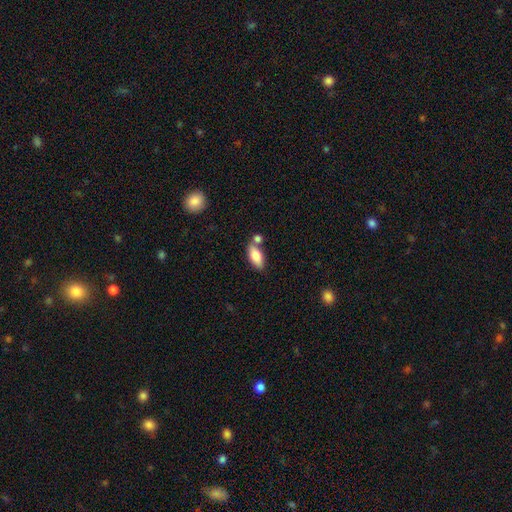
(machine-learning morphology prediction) Smooth or featured?
  - smooth: 79% *
  - featured or disk: 14%
  - star or artifact: 6%
How rounded?
  - in between: 86% *
  - cigar-shaped: 11%
  - round: 3%
Merging?
  - none: 60% *
  - merger: 23%
  - minor disturbance: 14%
  - major disturbance: 4%